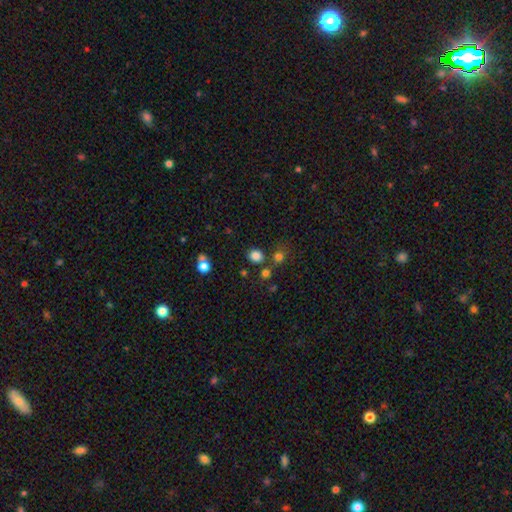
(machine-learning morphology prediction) A smooth galaxy with no disk features (81%) that is round (71%).

Vote fractions:
- Smooth or featured? smooth: 81% / star or artifact: 14% / featured or disk: 5%
- How rounded? round: 71% / in between: 28% / cigar-shaped: 1%
- Merging? none: 78% / minor disturbance: 10% / merger: 9% / major disturbance: 4%